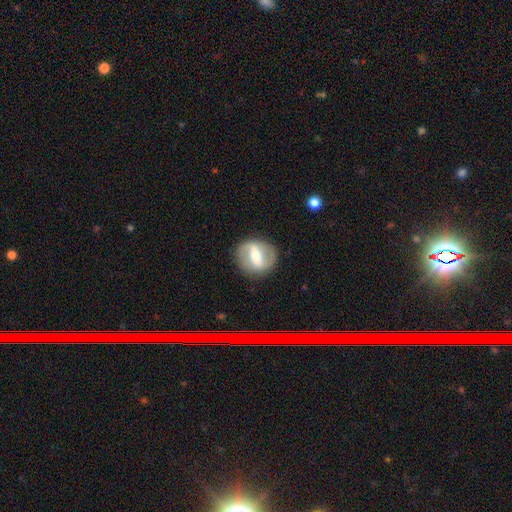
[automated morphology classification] Smooth or featured? featured or disk (70%)
Edge-on disk? no (93%)
Bar? strong (64%)
Spiral arms? yes (68%)
Bulge size? moderate (53%)
Merging? none (84%)